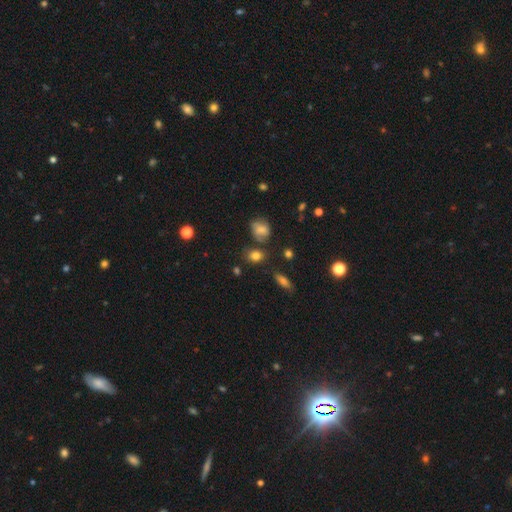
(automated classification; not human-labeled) Smooth or featured? Predicted: smooth (p=0.79). How rounded? Predicted: round (p=0.49). Merging? Predicted: none (p=0.70).